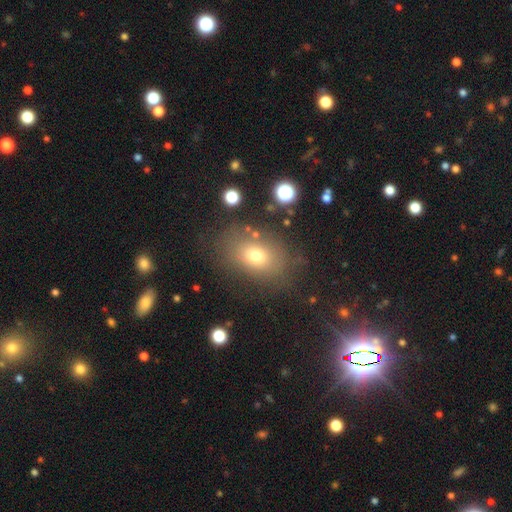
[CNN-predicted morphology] Q: Smooth or featured?
A: smooth (70%); runner-up: star or artifact (15%)
Q: How rounded?
A: in between (69%); runner-up: round (29%)
Q: Merging?
A: none (74%); runner-up: minor disturbance (14%)